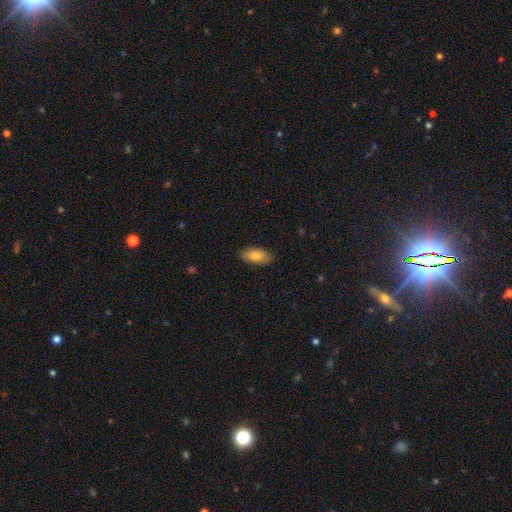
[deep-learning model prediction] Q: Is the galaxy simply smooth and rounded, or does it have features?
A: smooth — 81%.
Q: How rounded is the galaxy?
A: in between — 89%.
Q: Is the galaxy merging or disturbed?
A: none — 87%.